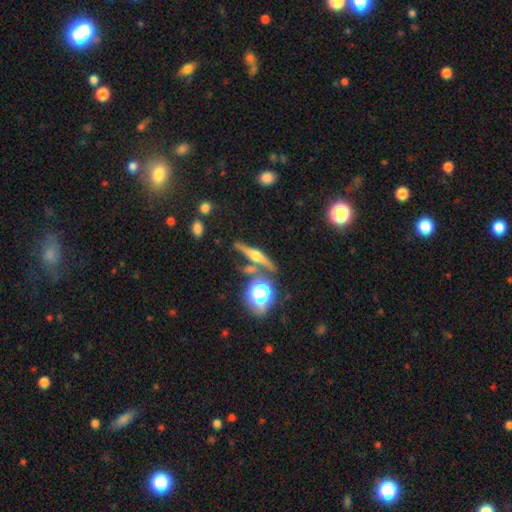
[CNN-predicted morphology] Q: Smooth or featured?
A: featured or disk (72%); runner-up: smooth (17%)
Q: Edge-on disk?
A: yes (95%); runner-up: no (5%)
Q: Edge-on bulge?
A: rounded (93%); runner-up: boxy (4%)
Q: Merging?
A: none (76%); runner-up: merger (10%)